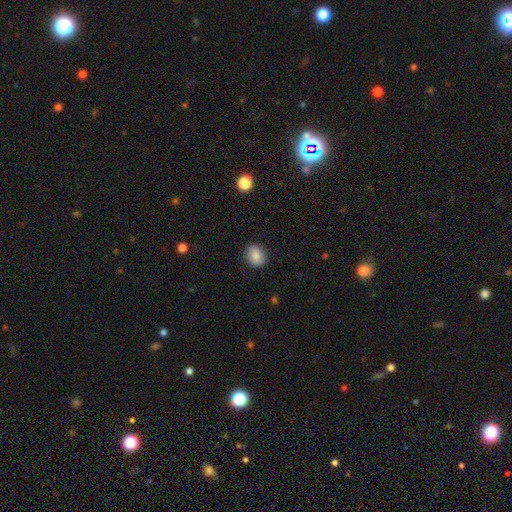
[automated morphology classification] Smooth or featured?
  - smooth: 86% *
  - star or artifact: 8%
  - featured or disk: 5%
How rounded?
  - round: 67% *
  - in between: 32%
  - cigar-shaped: 1%
Merging?
  - none: 87% *
  - minor disturbance: 9%
  - major disturbance: 3%
  - merger: 1%